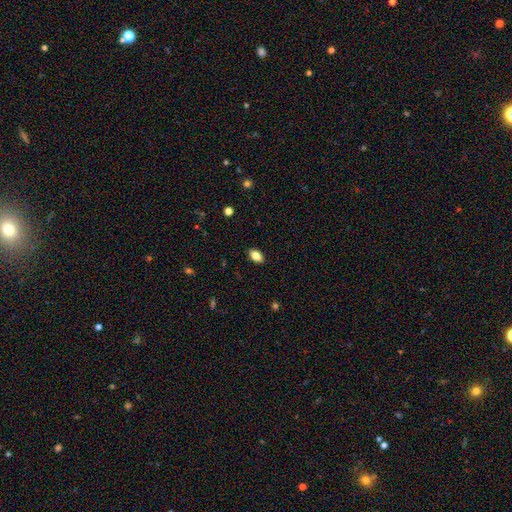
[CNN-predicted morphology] The model was most divided on "smooth or featured": smooth: 83%, star or artifact: 9%, featured or disk: 8%. More confident: how rounded — in between (88%); merging — none (88%).